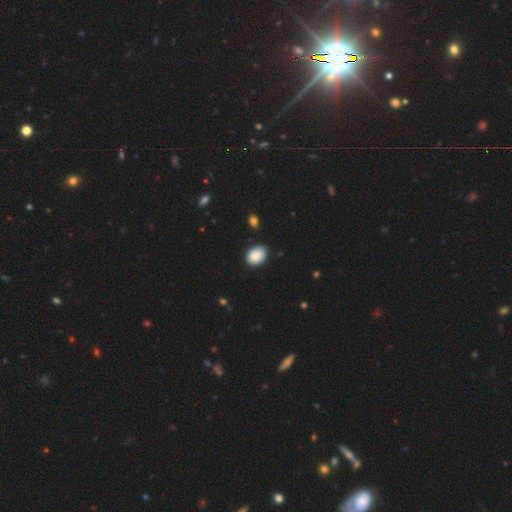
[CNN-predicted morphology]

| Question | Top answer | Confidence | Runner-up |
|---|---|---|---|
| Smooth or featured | smooth | 88% | star or artifact (7%) |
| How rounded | in between | 77% | round (22%) |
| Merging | none | 82% | minor disturbance (14%) |